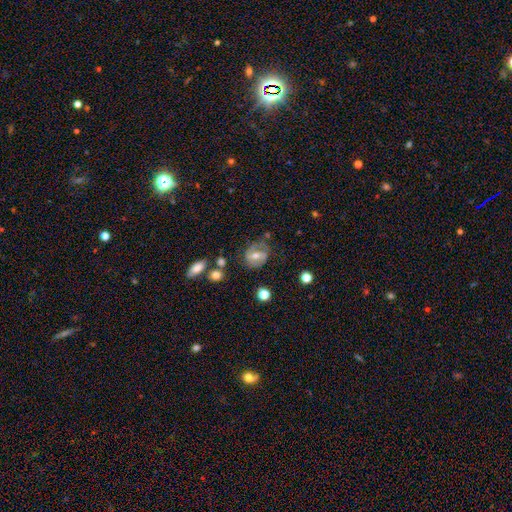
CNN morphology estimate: Q: Smooth or featured?
A: featured or disk (62%); runner-up: smooth (30%)
Q: Edge-on disk?
A: no (96%); runner-up: yes (4%)
Q: Bar?
A: weak (46%); runner-up: strong (30%)
Q: Spiral arms?
A: yes (77%); runner-up: no (23%)
Q: Bulge size?
A: moderate (64%); runner-up: small (29%)
Q: Merging?
A: none (59%); runner-up: minor disturbance (24%)